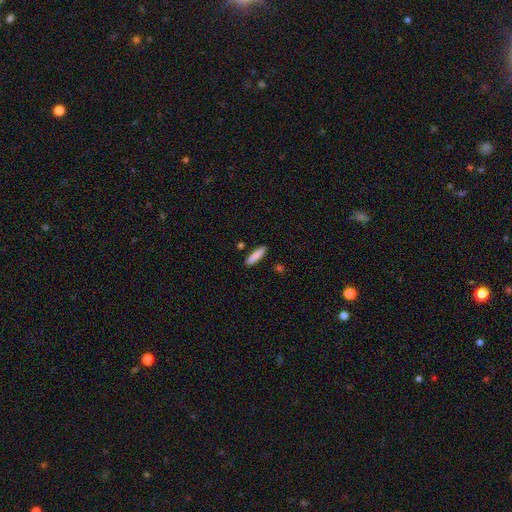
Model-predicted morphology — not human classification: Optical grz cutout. It shows a smooth galaxy with no disk features (87%) that is cigar-shaped (78%). Merging: none (89%).